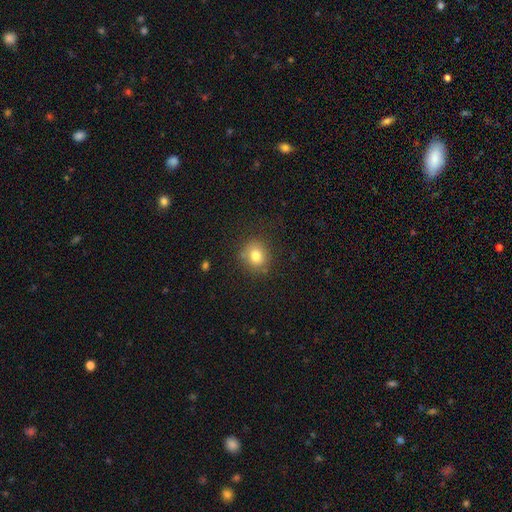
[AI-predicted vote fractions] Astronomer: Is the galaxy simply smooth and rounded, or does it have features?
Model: smooth — 78%.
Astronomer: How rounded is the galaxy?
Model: round — 81%.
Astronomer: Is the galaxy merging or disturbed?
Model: none — 82%.